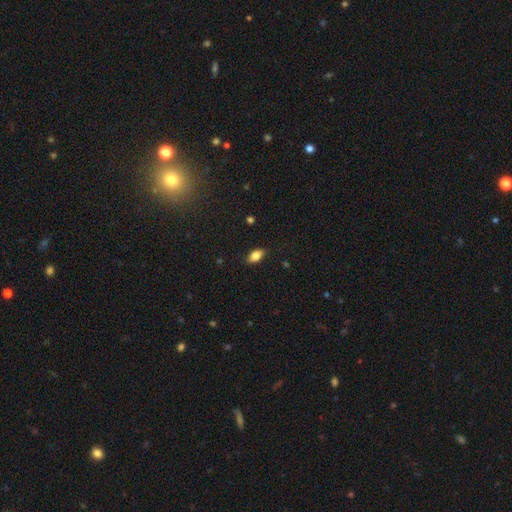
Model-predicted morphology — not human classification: smooth 82%, featured or disk 10%, star or artifact 8%. Down the decision tree: how rounded — in between (89%); merging — none (85%).